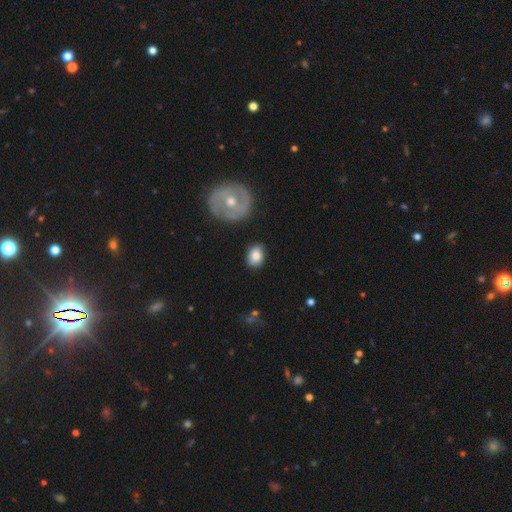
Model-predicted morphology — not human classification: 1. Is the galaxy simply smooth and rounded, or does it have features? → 81% smooth, 12% featured or disk, 7% star or artifact.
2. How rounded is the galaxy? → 63% in between, 35% round, 1% cigar-shaped.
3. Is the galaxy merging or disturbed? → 81% none, 14% minor disturbance, 3% major disturbance, 2% merger.